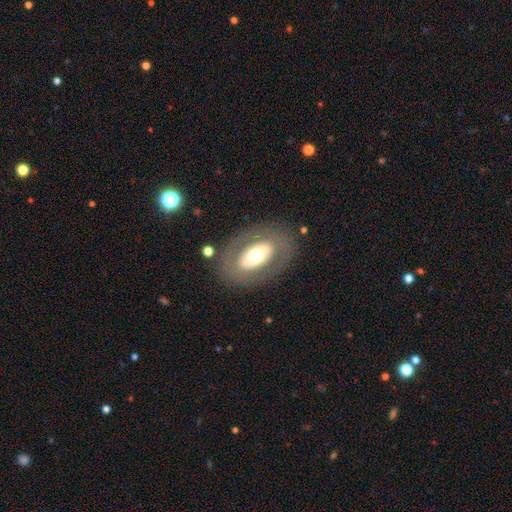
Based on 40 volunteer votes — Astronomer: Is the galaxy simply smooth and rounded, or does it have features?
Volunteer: featured or disk — 50% (runner-up: smooth, 42%).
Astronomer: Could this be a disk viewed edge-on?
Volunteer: no — 90%.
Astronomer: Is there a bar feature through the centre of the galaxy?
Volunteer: no — 44% (runner-up: strong, 28%).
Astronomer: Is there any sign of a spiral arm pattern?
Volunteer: no — 100%.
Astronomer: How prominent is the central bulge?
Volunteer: moderate — 44% (runner-up: large, 33%).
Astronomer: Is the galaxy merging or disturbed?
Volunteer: none — 76%.